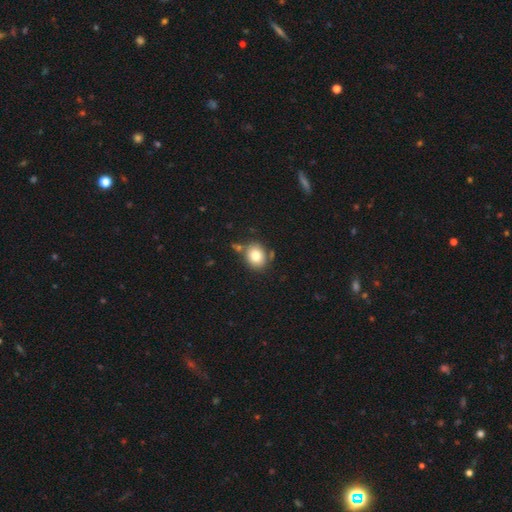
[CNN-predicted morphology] Smooth or featured: smooth — 79% (featured or disk — 11%)
How rounded: round — 58% (in between — 41%)
Merging: none — 75% (minor disturbance — 12%)